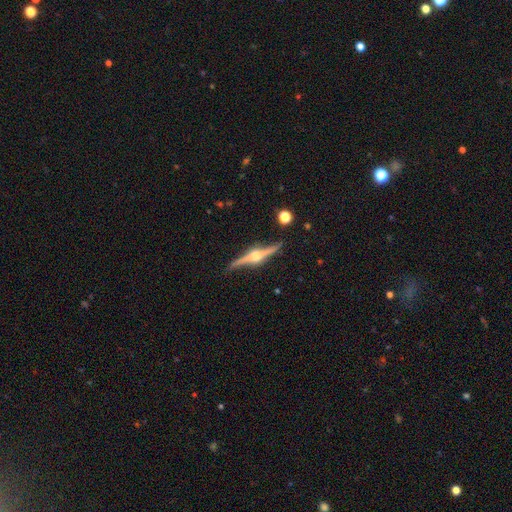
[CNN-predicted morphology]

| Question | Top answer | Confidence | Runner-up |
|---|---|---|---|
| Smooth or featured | featured or disk | 88% | smooth (7%) |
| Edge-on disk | yes | 97% | no (3%) |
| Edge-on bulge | rounded | 95% | boxy (3%) |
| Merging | none | 84% | minor disturbance (12%) |